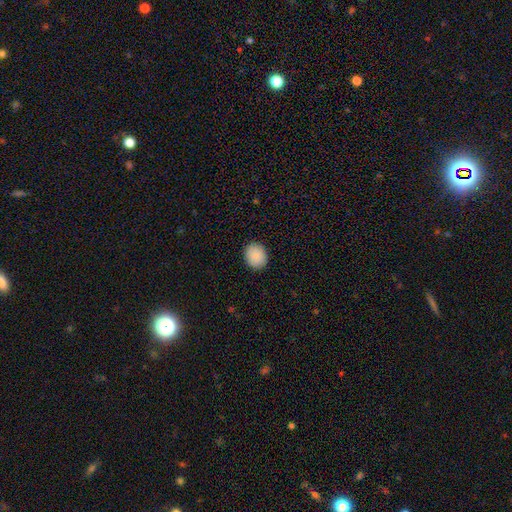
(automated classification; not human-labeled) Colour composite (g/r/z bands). It shows a smooth galaxy with no disk features (90%) that is round (66%). Merging: none (90%).